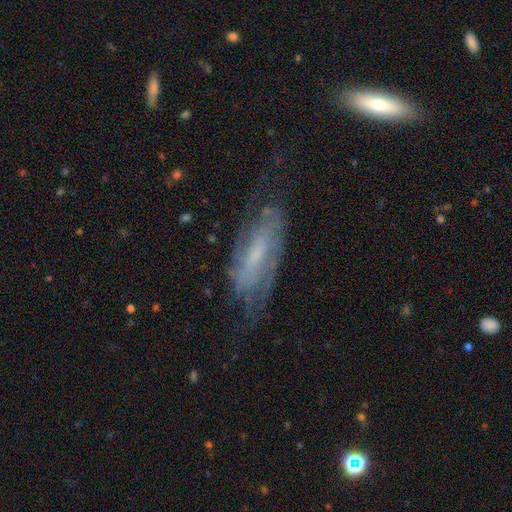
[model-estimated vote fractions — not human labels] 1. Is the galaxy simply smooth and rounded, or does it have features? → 71% featured or disk, 21% smooth, 9% star or artifact.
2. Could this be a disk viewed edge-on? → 83% no, 17% yes.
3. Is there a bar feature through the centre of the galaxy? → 45% weak, 38% no, 17% strong.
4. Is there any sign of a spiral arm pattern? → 85% yes, 15% no.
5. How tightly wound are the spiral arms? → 41% tight (tied), 41% medium (tied), 18% loose.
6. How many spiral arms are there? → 48% 2, 37% can't tell, 5% 3, 4% 1, 3% 4, 2% more than 4.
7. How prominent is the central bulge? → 55% small, 27% moderate, 14% none, 3% large, 1% dominant.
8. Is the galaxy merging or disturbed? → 62% none, 22% minor disturbance, 14% major disturbance, 2% merger.